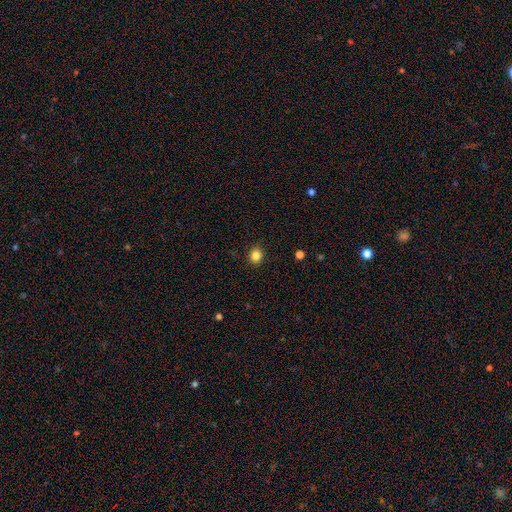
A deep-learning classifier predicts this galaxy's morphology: smooth-or-featured: smooth: 84% | star or artifact: 12% | featured or disk: 4%
  how-rounded: round: 77% | in between: 22% | cigar-shaped: 1%
  merging: none: 89% | minor disturbance: 8% | major disturbance: 2% | merger: 1%